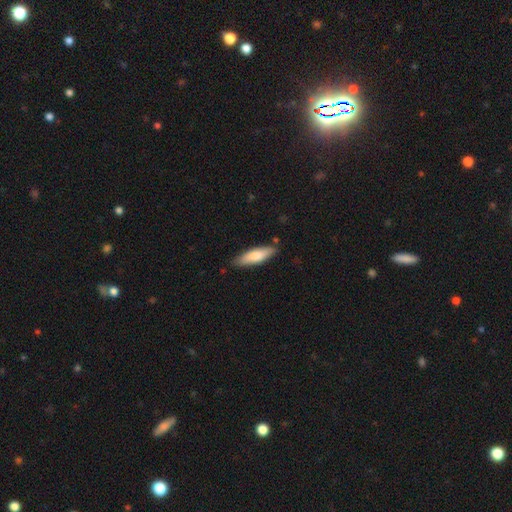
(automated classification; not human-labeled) Smooth or featured? smooth (75%)
How rounded? cigar-shaped (57%)
Merging? none (83%)